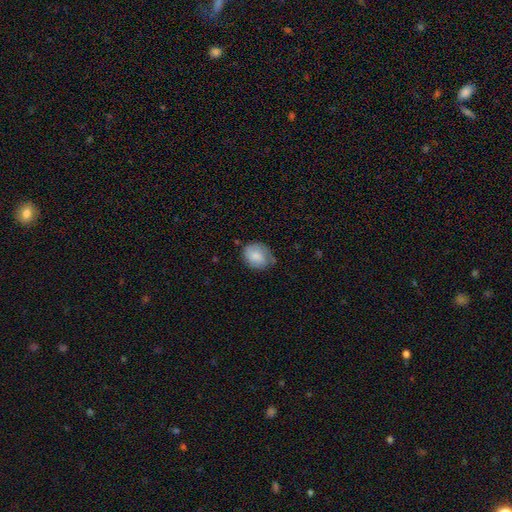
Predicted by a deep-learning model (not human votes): The model was most divided on "how rounded": round: 52%, in between: 47%, cigar-shaped: 1%. More confident: smooth or featured — smooth (74%); merging — none (53%).